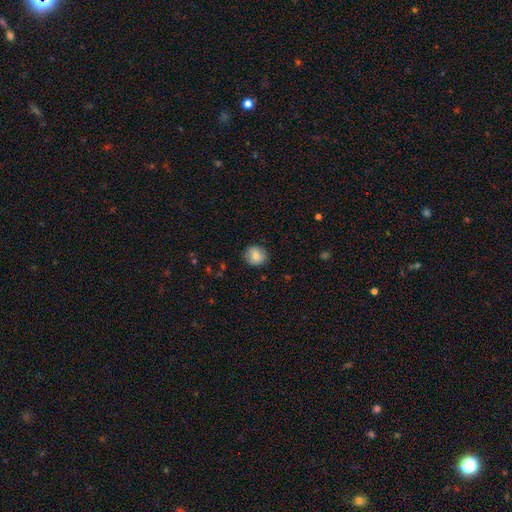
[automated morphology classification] A smooth galaxy with no disk features (80%) that is round (84%). Merging: none (84%).